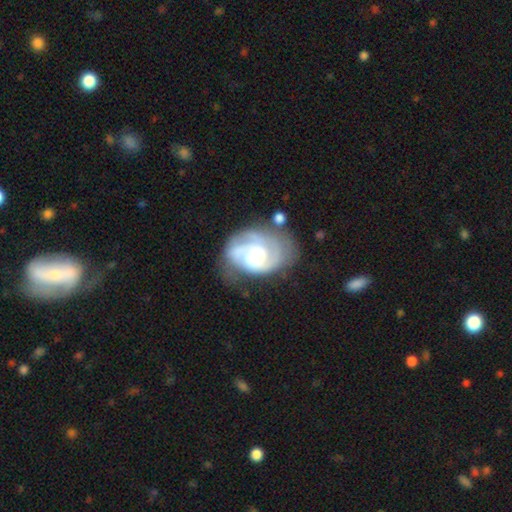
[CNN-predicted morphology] This is clearly a featured or disk galaxy (81%). It is clearly not viewed edge-on (98%). Bar: likely no (62%). Spiral arm pattern: clearly yes (94%). Spiral arm count: marginally 2 (39%). Spiral winding: possibly tight (47%). Central bulge: possibly moderate (47%). Merging: possibly none (51%).